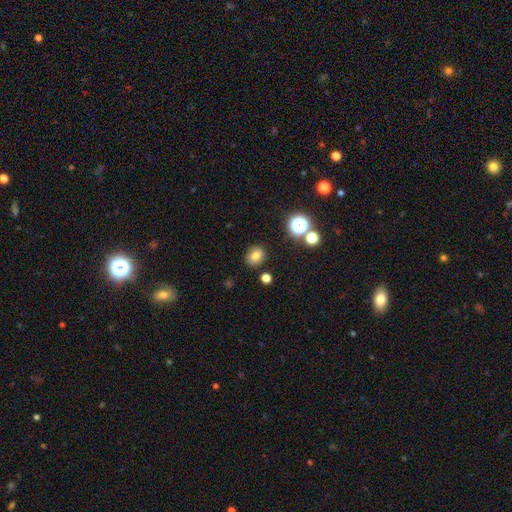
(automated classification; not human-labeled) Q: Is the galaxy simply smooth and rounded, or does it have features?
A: smooth — 77%.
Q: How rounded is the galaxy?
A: round — 65%.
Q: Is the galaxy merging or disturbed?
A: none — 86%.